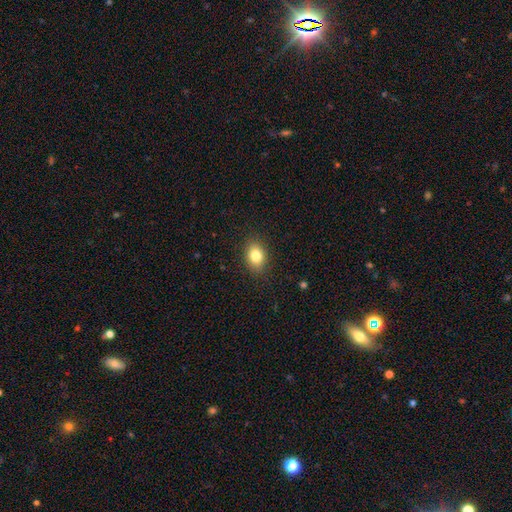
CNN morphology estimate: The model was most divided on "how rounded": in between: 72%, round: 27%, cigar-shaped: 1%. More confident: merging — none (88%); smooth or featured — smooth (82%).